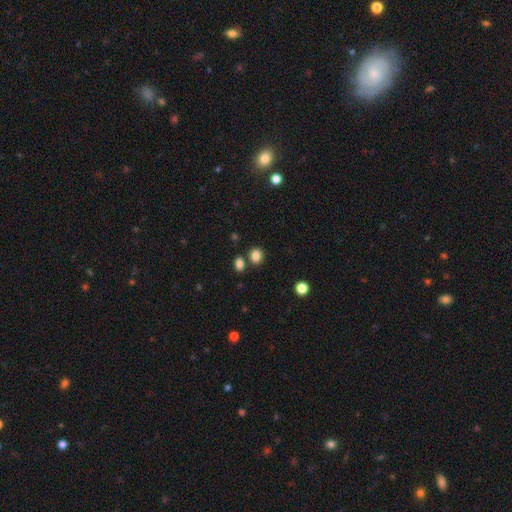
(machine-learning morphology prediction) type=smooth (84%); roundness=round (63%); merging=none (75%).